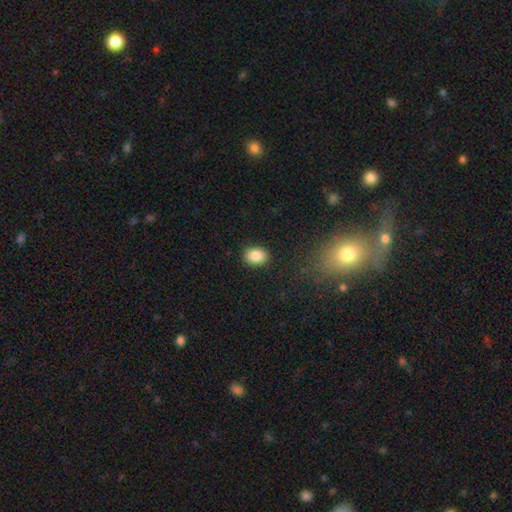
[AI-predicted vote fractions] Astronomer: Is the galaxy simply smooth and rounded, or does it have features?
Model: smooth — 86%.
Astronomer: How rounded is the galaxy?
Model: in between — 64%.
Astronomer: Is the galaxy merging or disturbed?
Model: none — 89%.